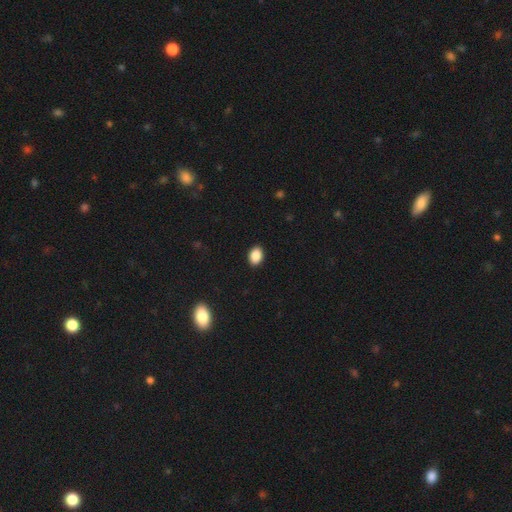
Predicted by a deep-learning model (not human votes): smooth_or_featured: smooth (p=0.89) [alt: star or artifact p=0.08]
how_rounded: in between (p=0.80) [alt: round p=0.19]
merging: none (p=0.91) [alt: minor disturbance p=0.06]